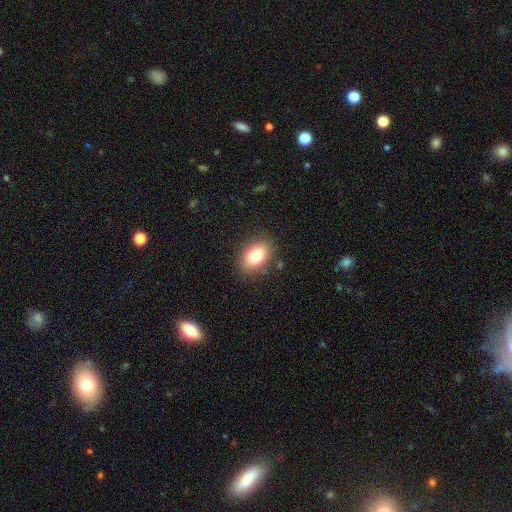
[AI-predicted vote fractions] Smooth or featured? Predicted: smooth (p=0.82). How rounded? Predicted: in between (p=0.86). Merging? Predicted: none (p=0.85).